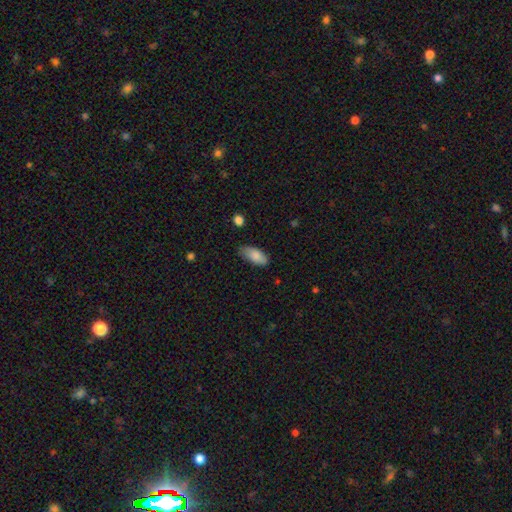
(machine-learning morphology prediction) A smooth galaxy with no disk features (86%) that is in between round and cigar-shaped (87%).

Vote fractions:
- Smooth or featured? smooth: 86% / featured or disk: 8% / star or artifact: 6%
- How rounded? in between: 87% / cigar-shaped: 11% / round: 2%
- Merging? none: 76% / minor disturbance: 20% / major disturbance: 3% / merger: 1%